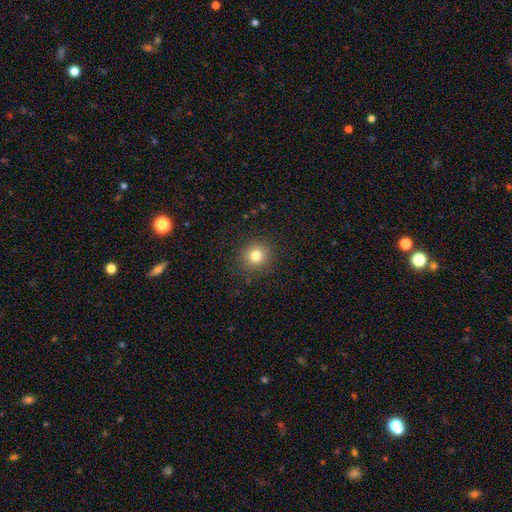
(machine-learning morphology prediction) smooth-or-featured: smooth: 80% | star or artifact: 13% | featured or disk: 7%
  how-rounded: round: 91% | in between: 8% | cigar-shaped: 1%
  merging: none: 90% | minor disturbance: 7% | major disturbance: 3% | merger: 1%